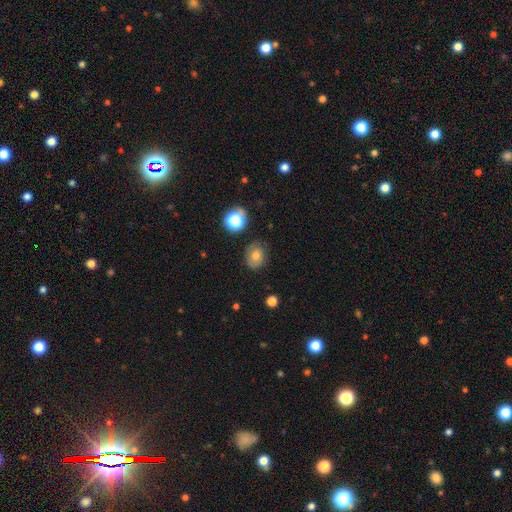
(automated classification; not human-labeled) smooth_or_featured: smooth (p=0.70) [alt: star or artifact p=0.15]
how_rounded: round (p=0.59) [alt: in between p=0.40]
merging: none (p=0.80) [alt: minor disturbance p=0.14]